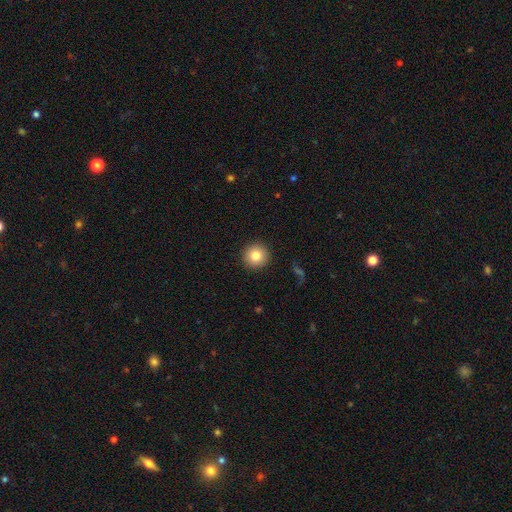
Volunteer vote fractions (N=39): Morphology: type=smooth (87%); roundness=round (100%); merging=none (97%).